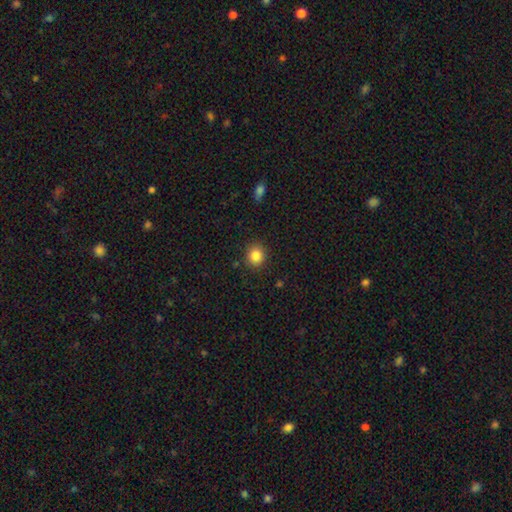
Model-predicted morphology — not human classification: type=smooth (84%); roundness=round (81%); merging=none (89%).